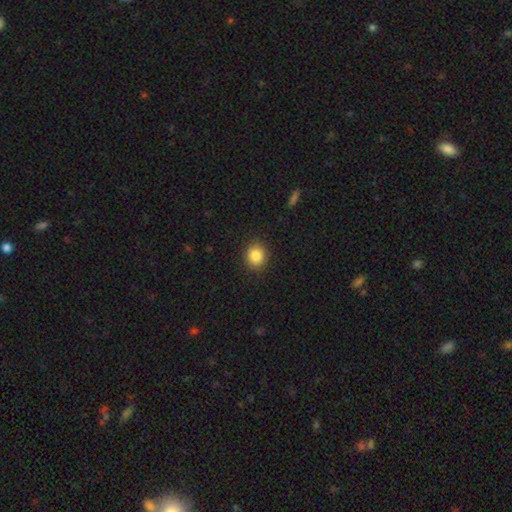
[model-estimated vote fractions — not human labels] This appears to be a smooth galaxy with no disk features (85%) that is round (76%). Merging: none (90%).